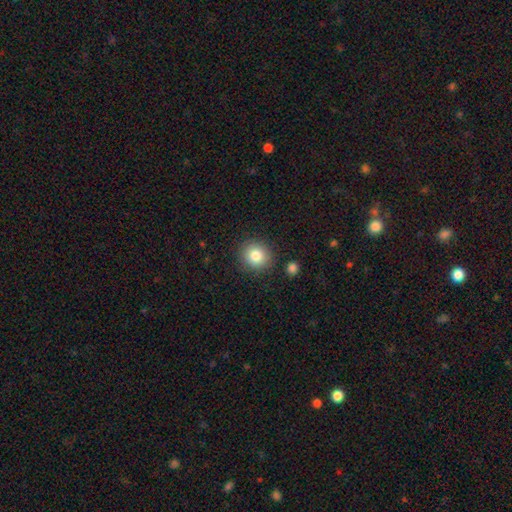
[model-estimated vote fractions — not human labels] Q: Smooth or featured?
A: smooth (83%); runner-up: star or artifact (10%)
Q: How rounded?
A: round (88%); runner-up: in between (11%)
Q: Merging?
A: none (87%); runner-up: minor disturbance (8%)